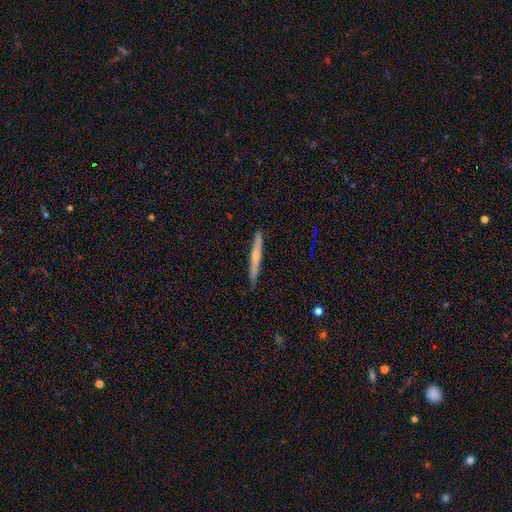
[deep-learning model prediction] Smooth or featured?
  - featured or disk: 62% *
  - smooth: 32%
  - star or artifact: 6%
Edge-on disk?
  - yes: 97% *
  - no: 3%
Edge-on bulge?
  - rounded: 69% *
  - none: 27%
  - boxy: 4%
Merging?
  - none: 88% *
  - minor disturbance: 9%
  - major disturbance: 1%
  - merger: 1%